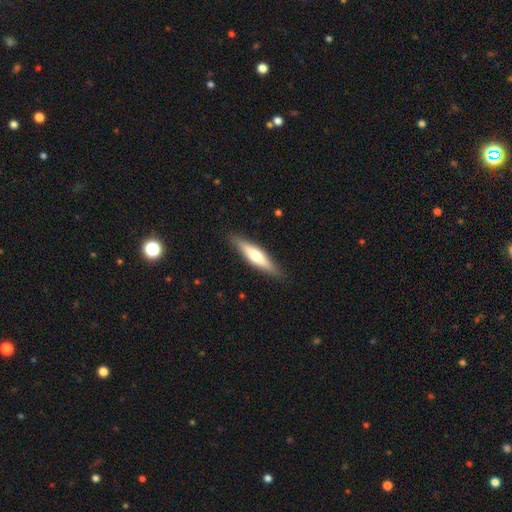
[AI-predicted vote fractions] A featured or disk galaxy (49%).

Vote fractions:
- Smooth or featured? featured or disk: 49% / smooth: 46% / star or artifact: 5%
- Merging? none: 88% / minor disturbance: 9% / major disturbance: 2% / merger: 1%